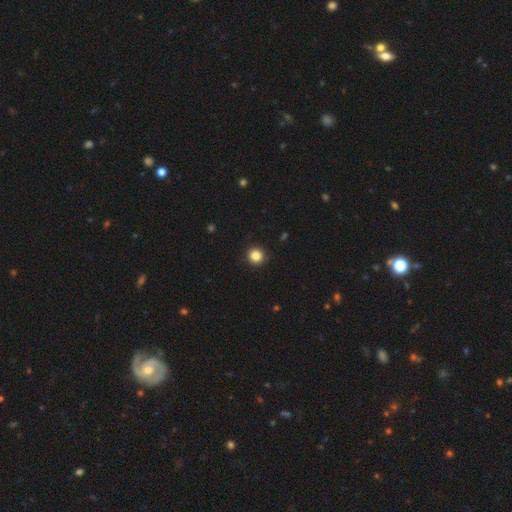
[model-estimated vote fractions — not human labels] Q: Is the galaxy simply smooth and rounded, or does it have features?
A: smooth — 85%.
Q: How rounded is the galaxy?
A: round — 94%.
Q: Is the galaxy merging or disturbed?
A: none — 92%.